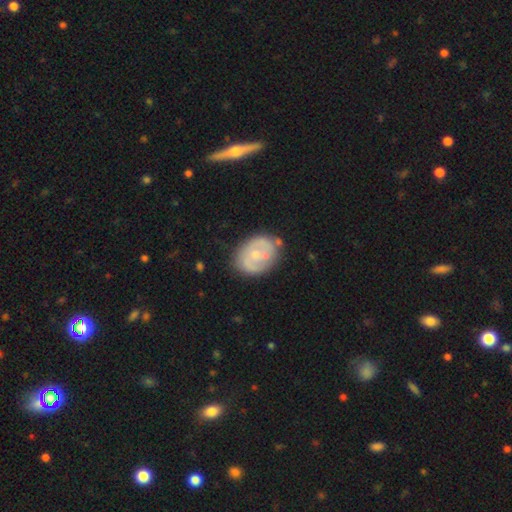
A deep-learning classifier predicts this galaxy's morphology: Smooth or featured: featured or disk — 66% (smooth — 28%)
Edge-on disk: no — 97% (yes — 3%)
Bar: no — 62% (weak — 32%)
Spiral arms: yes — 73% (no — 27%)
Bulge size: small — 58% (moderate — 35%)
Merging: none — 73% (minor disturbance — 19%)